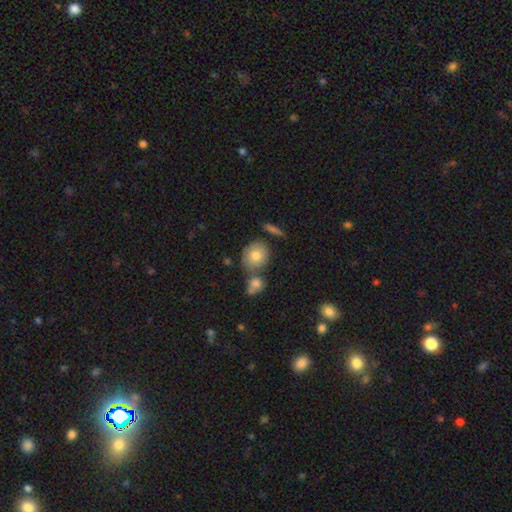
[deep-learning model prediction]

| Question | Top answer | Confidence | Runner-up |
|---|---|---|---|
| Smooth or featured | smooth | 78% | featured or disk (13%) |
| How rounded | round | 79% | in between (20%) |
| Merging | none | 63% | merger (22%) |